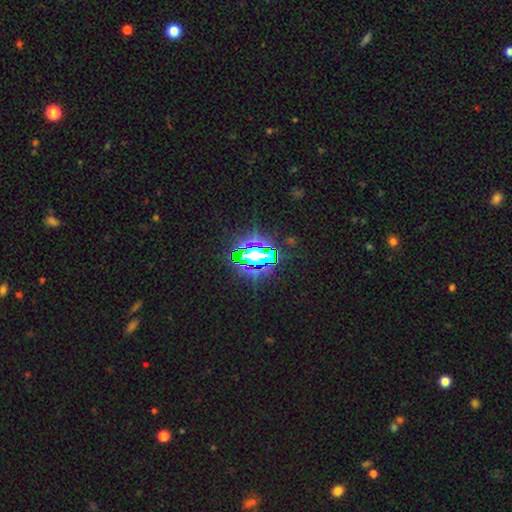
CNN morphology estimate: Q: Smooth or featured?
A: star or artifact (76%); runner-up: smooth (13%)